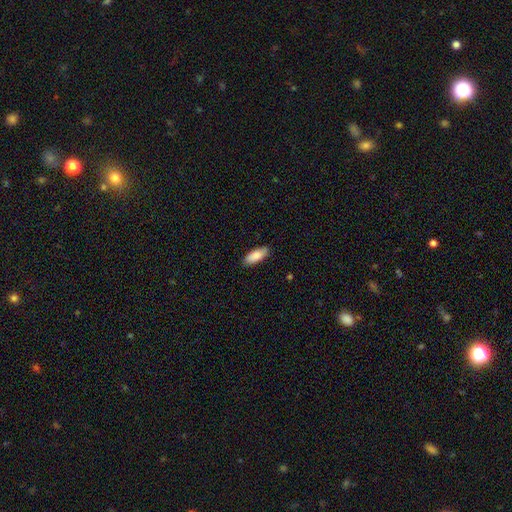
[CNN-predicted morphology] Smooth or featured? Predicted: smooth (p=0.87). How rounded? Predicted: in between (p=0.79). Merging? Predicted: none (p=0.87).